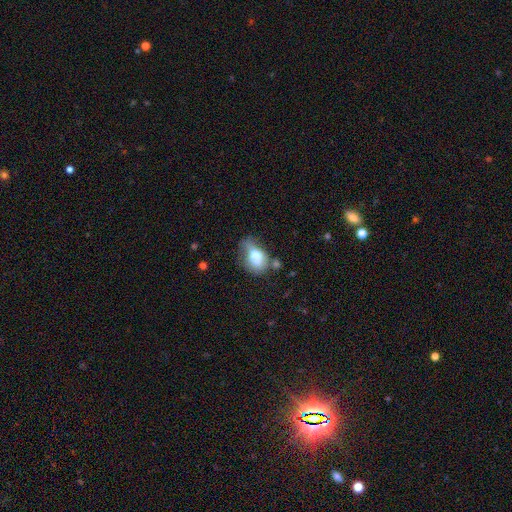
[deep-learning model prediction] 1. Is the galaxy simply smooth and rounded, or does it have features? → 68% smooth, 24% featured or disk, 8% star or artifact.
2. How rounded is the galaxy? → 80% in between, 17% round, 3% cigar-shaped.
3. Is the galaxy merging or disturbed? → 35% none, 33% minor disturbance, 19% major disturbance, 12% merger.